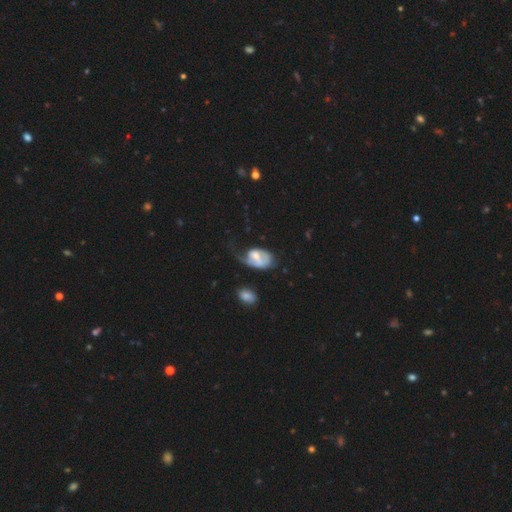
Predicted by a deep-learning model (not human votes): A featured or disk galaxy (57%) with no bar (48%), spiral arms (63%) and a moderate central bulge (45%). Merging: major disturbance (51%).